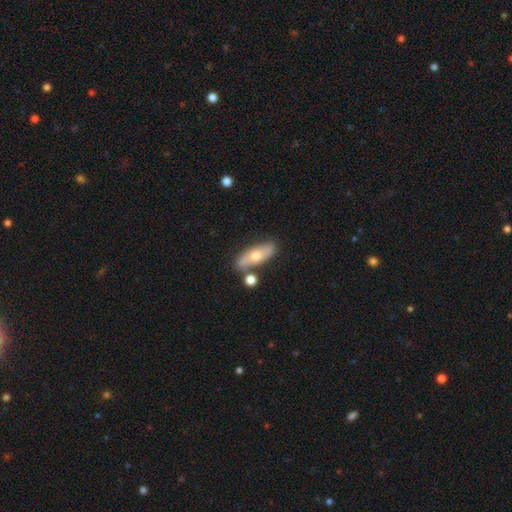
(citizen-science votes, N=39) smooth_or_featured: smooth (p=0.51) [alt: featured or disk p=0.49]
how_rounded: in between (p=0.60) [alt: cigar-shaped p=0.40]
merging: none (p=0.59) [alt: minor disturbance p=0.21]